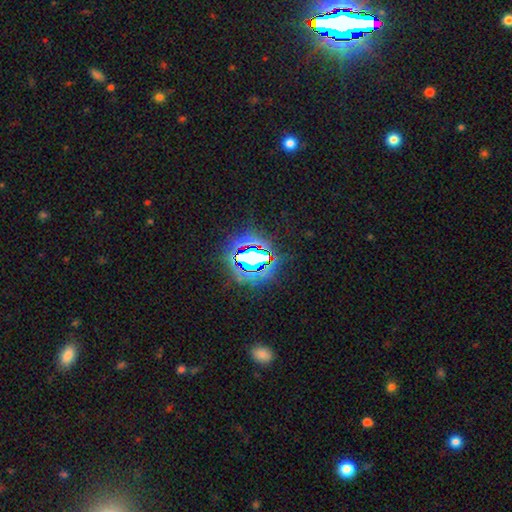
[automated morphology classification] Q: Smooth or featured?
A: star or artifact (81%); runner-up: smooth (12%)